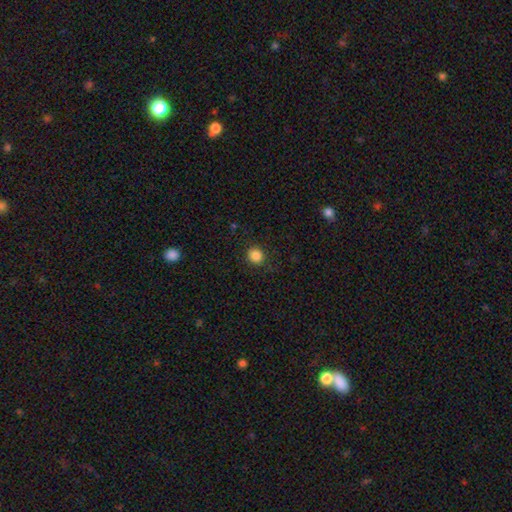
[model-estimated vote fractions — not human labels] This is clearly a smooth galaxy (85%). How rounded: clearly round (86%). Merging: clearly none (89%).